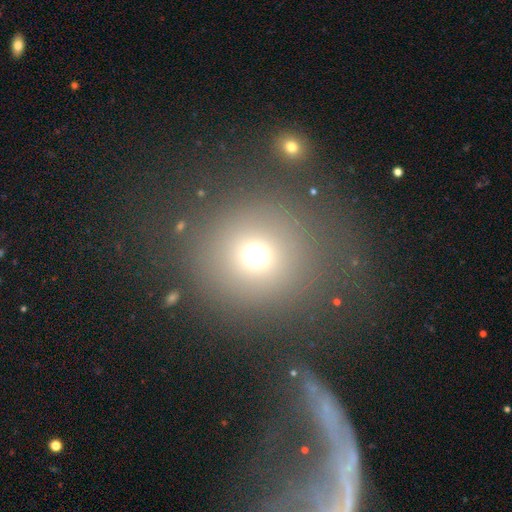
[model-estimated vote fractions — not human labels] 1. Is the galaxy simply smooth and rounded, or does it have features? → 68% smooth, 22% star or artifact, 9% featured or disk.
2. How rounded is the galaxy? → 91% round, 8% in between, 1% cigar-shaped.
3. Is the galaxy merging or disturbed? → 78% none, 9% minor disturbance, 7% major disturbance, 6% merger.